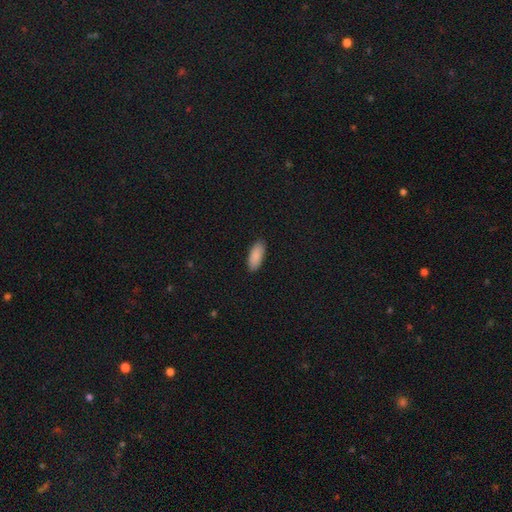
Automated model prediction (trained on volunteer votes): The model was most divided on "how rounded": in between: 83%, cigar-shaped: 15%, round: 2%. More confident: smooth or featured — smooth (90%); merging — none (89%).